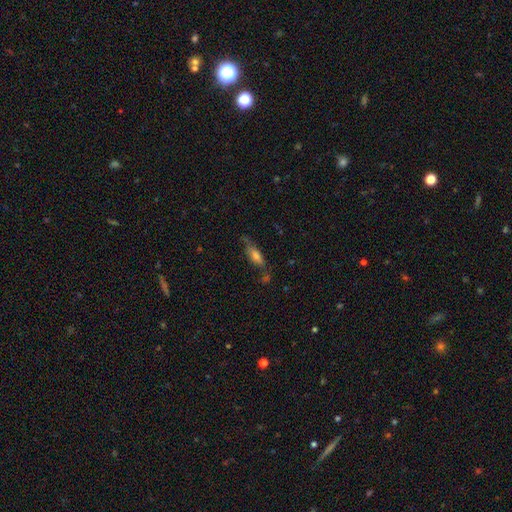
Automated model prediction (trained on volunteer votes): smooth_or_featured: smooth (p=0.62) [alt: featured or disk p=0.28]
how_rounded: in between (p=0.52) [alt: cigar-shaped p=0.45]
merging: none (p=0.56) [alt: minor disturbance p=0.26]